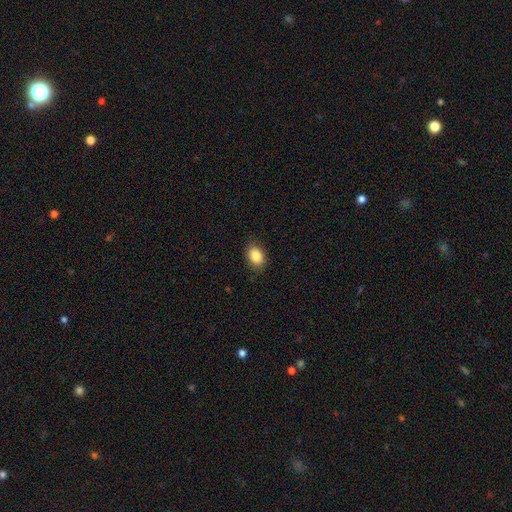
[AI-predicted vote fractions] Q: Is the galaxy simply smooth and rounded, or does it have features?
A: smooth — 87%.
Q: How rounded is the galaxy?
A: in between — 73%.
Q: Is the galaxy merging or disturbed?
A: none — 86%.